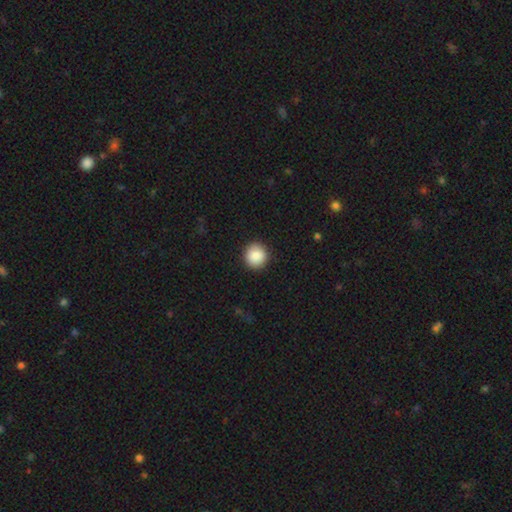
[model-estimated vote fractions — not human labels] smooth 88%, star or artifact 8%, featured or disk 4%. Down the decision tree: how rounded — round (91%); merging — none (91%).